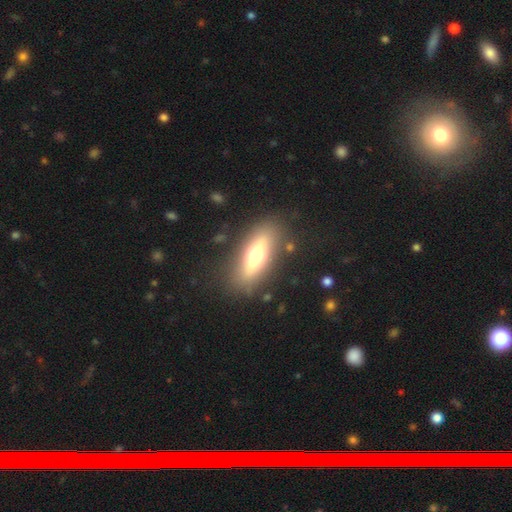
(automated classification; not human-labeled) smooth_or_featured: smooth (p=0.52) [alt: featured or disk p=0.41]
how_rounded: in between (p=0.56) [alt: cigar-shaped p=0.41]
merging: none (p=0.83) [alt: minor disturbance p=0.11]